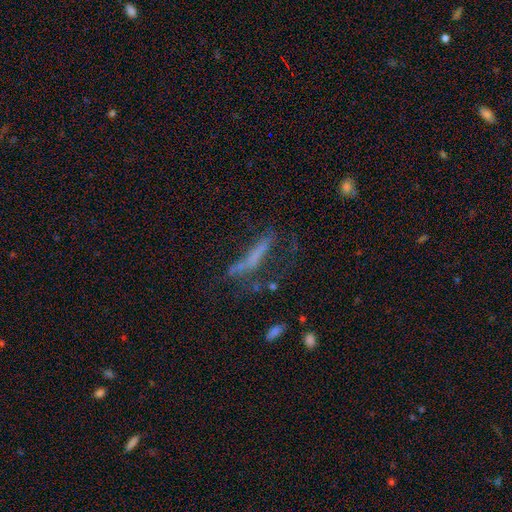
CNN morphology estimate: smooth 43%, featured or disk 40%, star or artifact 17%. Down the decision tree: merging — none (39%).